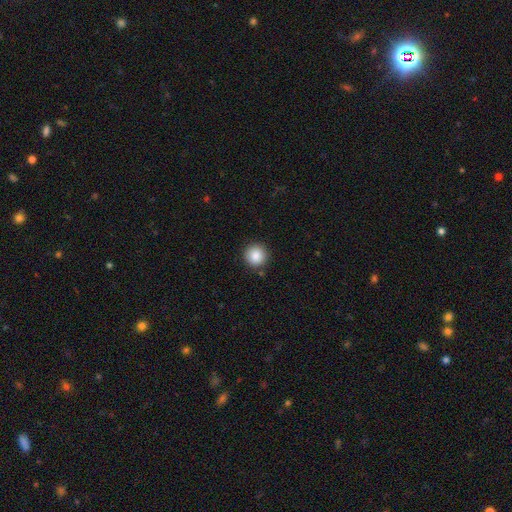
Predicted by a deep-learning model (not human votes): A smooth galaxy with no disk features (87%) that is round (94%). Merging: none (89%).